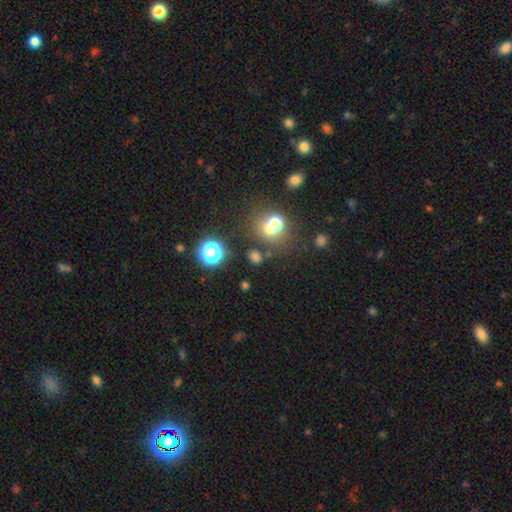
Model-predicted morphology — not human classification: Q: Smooth or featured?
A: smooth (48%); runner-up: star or artifact (40%)
Q: Merging?
A: none (59%); runner-up: merger (23%)